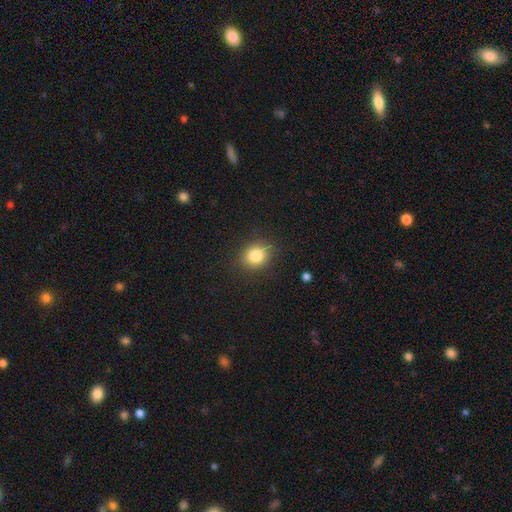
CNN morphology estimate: Smooth or featured? smooth (82%)
How rounded? round (65%)
Merging? none (86%)